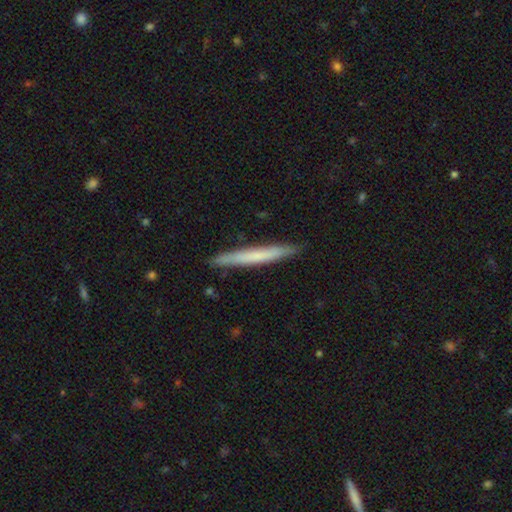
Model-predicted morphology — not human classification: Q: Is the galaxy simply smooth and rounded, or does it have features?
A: smooth — 59%.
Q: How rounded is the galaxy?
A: cigar-shaped — 97%.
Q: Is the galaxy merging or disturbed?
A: none — 90%.